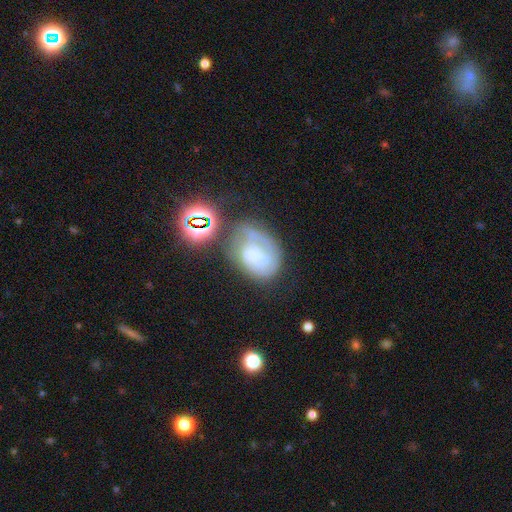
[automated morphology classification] Q: Smooth or featured?
A: featured or disk (55%); runner-up: smooth (31%)
Q: Edge-on disk?
A: no (97%); runner-up: yes (3%)
Q: Bar?
A: no (54%); runner-up: weak (34%)
Q: Spiral arms?
A: yes (60%); runner-up: no (40%)
Q: Bulge size?
A: none (33%); runner-up: moderate (27%)
Q: Merging?
A: none (31%); runner-up: major disturbance (28%)